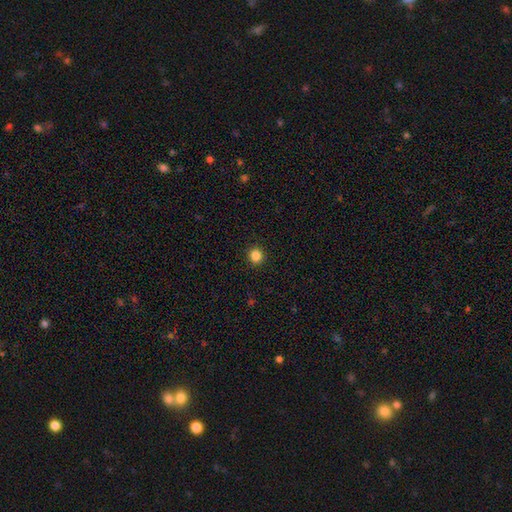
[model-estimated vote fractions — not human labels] Smooth or featured?
  - smooth: 85% *
  - star or artifact: 12%
  - featured or disk: 3%
How rounded?
  - round: 92% *
  - in between: 8%
  - cigar-shaped: 1%
Merging?
  - none: 93% *
  - minor disturbance: 5%
  - major disturbance: 2%
  - merger: 1%